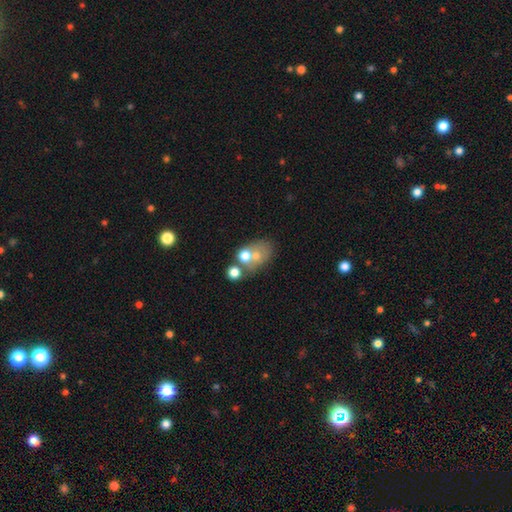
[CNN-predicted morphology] The model was most divided on "merging": none: 41%, merger: 39%, minor disturbance: 12%, major disturbance: 8%. More confident: how rounded — in between (65%); smooth or featured — smooth (54%).